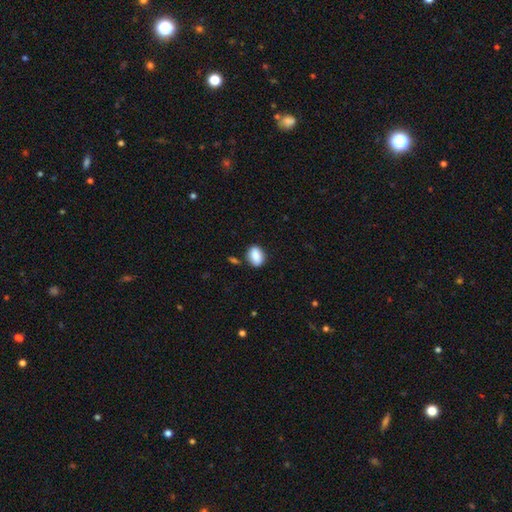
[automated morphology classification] Smooth or featured?
  - smooth: 88% *
  - star or artifact: 7%
  - featured or disk: 5%
How rounded?
  - in between: 78% *
  - round: 21%
  - cigar-shaped: 2%
Merging?
  - none: 79% *
  - minor disturbance: 13%
  - merger: 4%
  - major disturbance: 3%